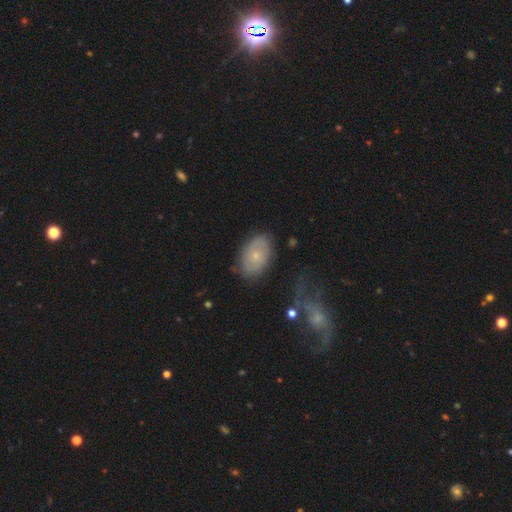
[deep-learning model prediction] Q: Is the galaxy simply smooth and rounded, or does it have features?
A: smooth — 52%.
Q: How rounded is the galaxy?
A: in between — 86%.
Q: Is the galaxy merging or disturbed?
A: none — 72%.